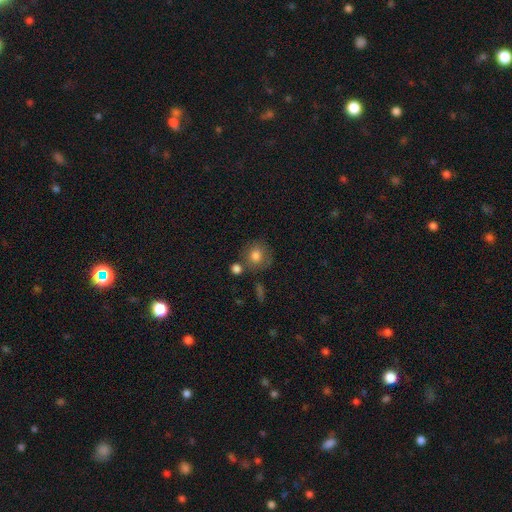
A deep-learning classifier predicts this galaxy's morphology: This is likely a smooth galaxy (80%). How rounded: clearly round (84%). Merging: likely none (69%).